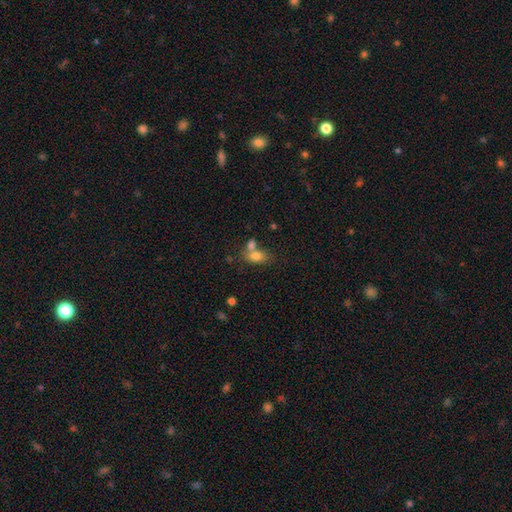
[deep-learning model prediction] Morphology: type=smooth (78%); roundness=in between (84%); merging=merger (42%).